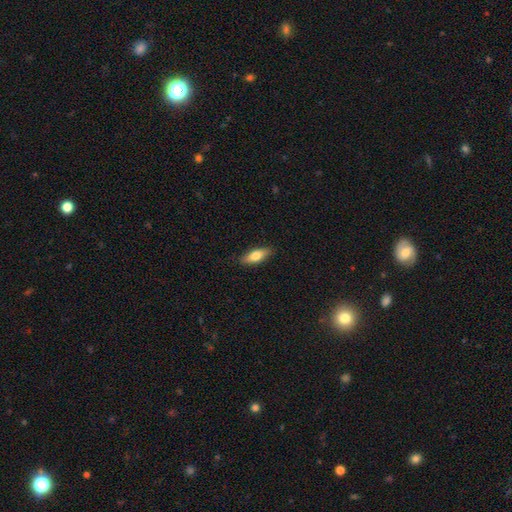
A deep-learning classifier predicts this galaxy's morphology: Smooth or featured? Predicted: smooth (p=0.74). How rounded? Predicted: in between (p=0.66). Merging? Predicted: none (p=0.87).